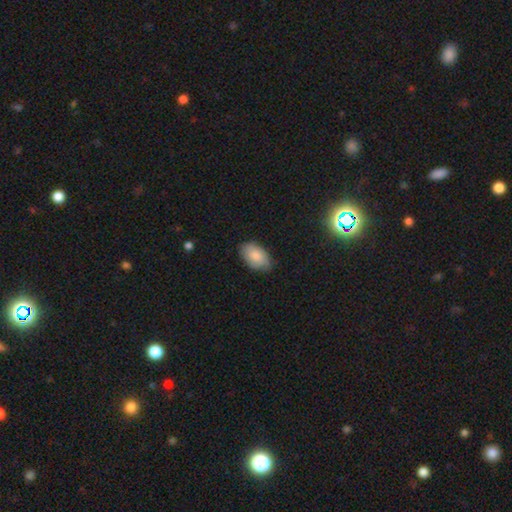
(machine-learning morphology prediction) Smooth or featured? Predicted: smooth (p=0.83). How rounded? Predicted: in between (p=0.93). Merging? Predicted: none (p=0.80).